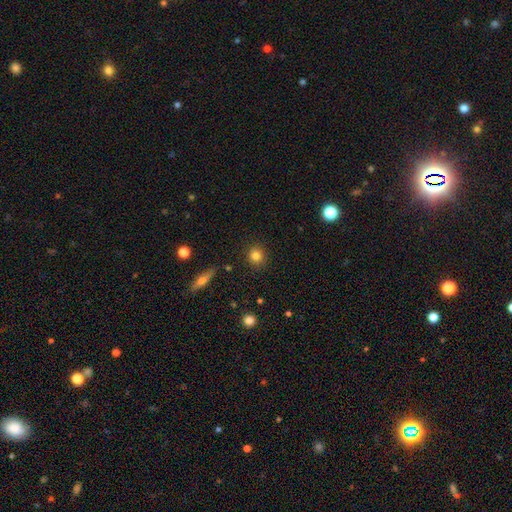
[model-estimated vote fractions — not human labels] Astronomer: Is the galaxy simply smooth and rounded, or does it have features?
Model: smooth — 82%.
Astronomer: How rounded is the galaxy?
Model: round — 88%.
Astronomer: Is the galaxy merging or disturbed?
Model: none — 89%.